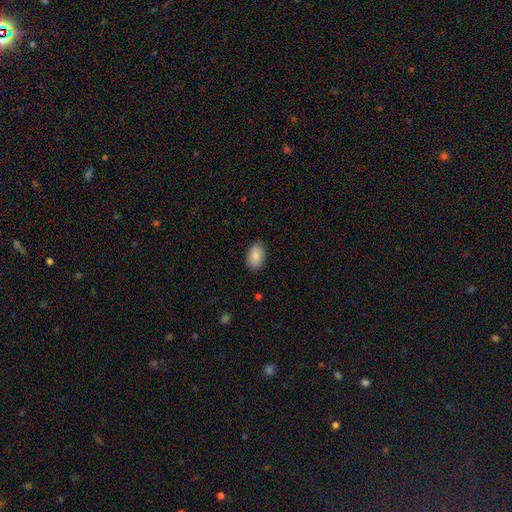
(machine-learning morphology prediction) A smooth galaxy with no disk features (88%) that is in between round and cigar-shaped (92%). Merging: none (88%).